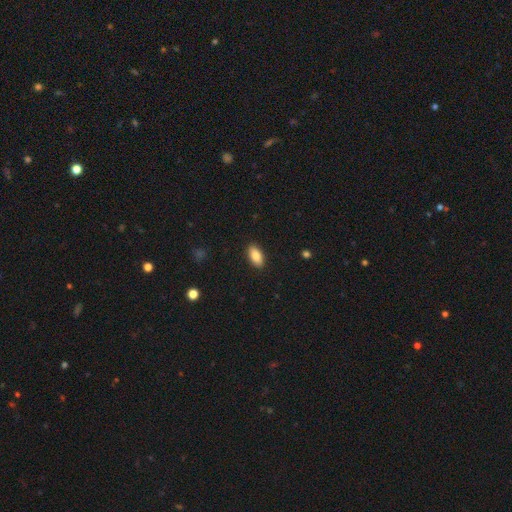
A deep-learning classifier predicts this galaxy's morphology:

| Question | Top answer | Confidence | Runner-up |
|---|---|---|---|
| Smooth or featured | smooth | 86% | featured or disk (7%) |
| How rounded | in between | 90% | cigar-shaped (7%) |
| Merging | none | 90% | minor disturbance (7%) |